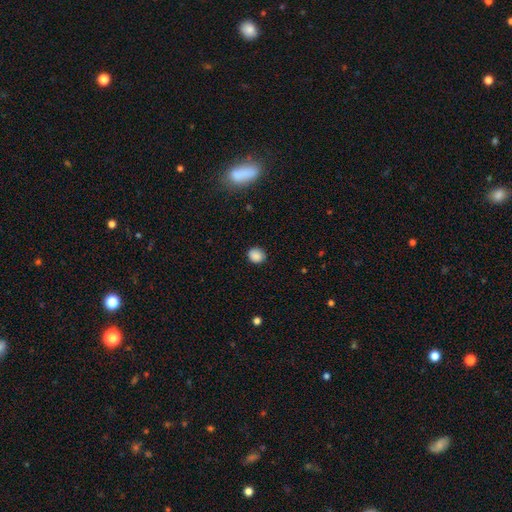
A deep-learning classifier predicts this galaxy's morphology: This is clearly a smooth galaxy (86%). How rounded: likely round (77%). Merging: clearly none (86%).